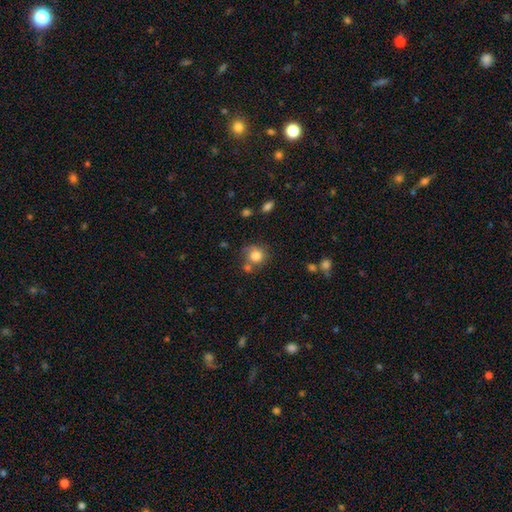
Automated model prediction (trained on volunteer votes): smooth_or_featured: smooth (p=0.81) [alt: star or artifact p=0.10]
how_rounded: round (p=0.85) [alt: in between p=0.15]
merging: none (p=0.59) [alt: merger p=0.19]